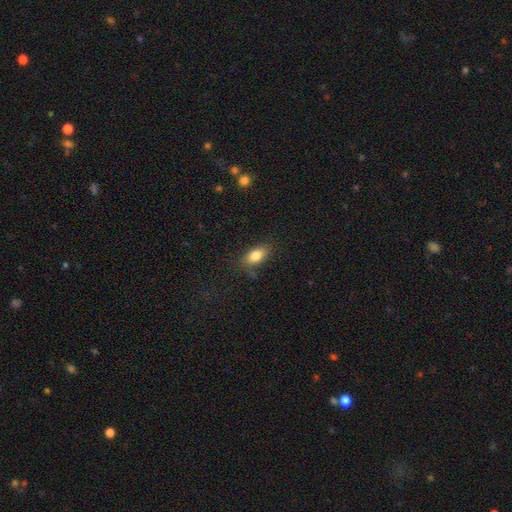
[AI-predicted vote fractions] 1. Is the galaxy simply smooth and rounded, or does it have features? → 82% smooth, 9% featured or disk, 8% star or artifact.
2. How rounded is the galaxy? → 88% in between, 6% round, 6% cigar-shaped.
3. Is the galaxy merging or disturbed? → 78% none, 15% minor disturbance, 4% major disturbance, 2% merger.